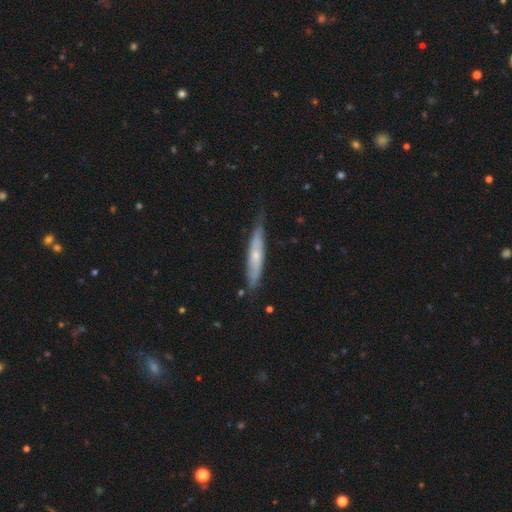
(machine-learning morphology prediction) Smooth or featured? featured or disk (51%)
Edge-on disk? yes (71%)
Merging? none (69%)